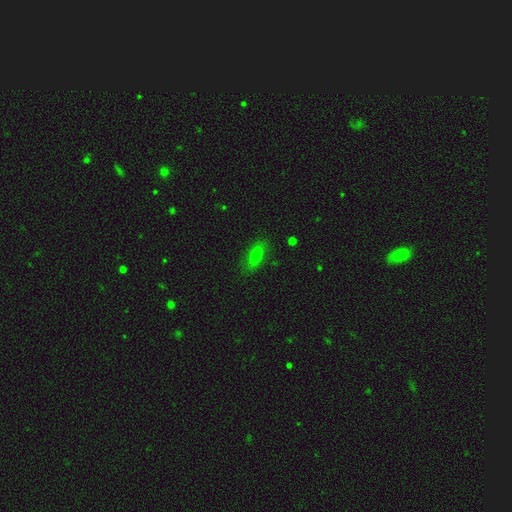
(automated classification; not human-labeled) Morphology: type=smooth (68%); roundness=in between (67%); merging=none (82%).